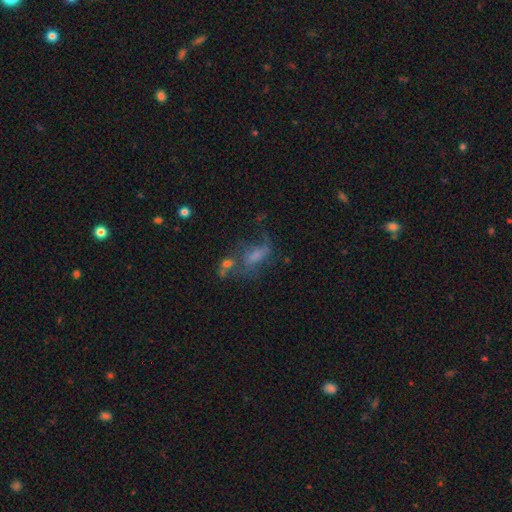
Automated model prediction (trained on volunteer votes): smooth 43%, featured or disk 40%, star or artifact 17%. Down the decision tree: merging — major disturbance (34%).